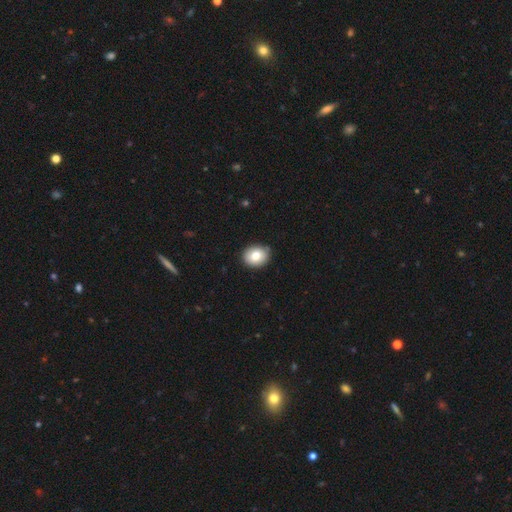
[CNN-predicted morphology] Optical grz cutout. It shows a smooth galaxy with no disk features (81%) that is round (56%). Merging: none (86%).